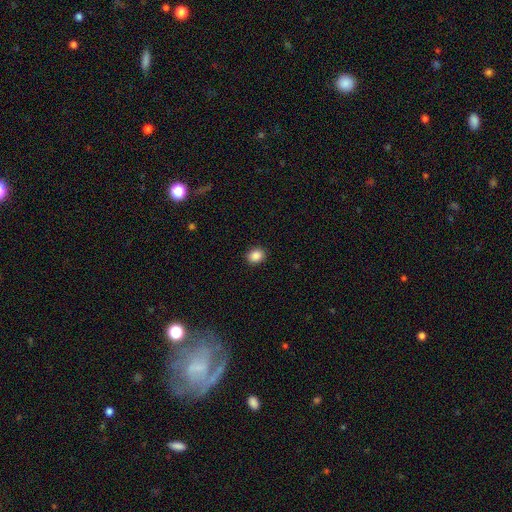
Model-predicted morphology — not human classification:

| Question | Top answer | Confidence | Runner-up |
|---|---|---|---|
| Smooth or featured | smooth | 87% | star or artifact (9%) |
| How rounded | round | 57% | in between (42%) |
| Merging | none | 91% | minor disturbance (6%) |